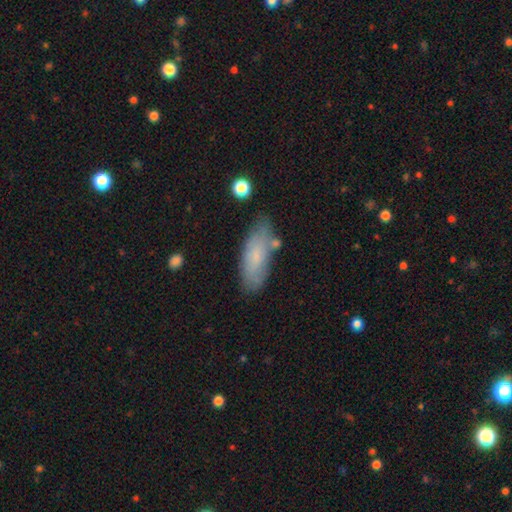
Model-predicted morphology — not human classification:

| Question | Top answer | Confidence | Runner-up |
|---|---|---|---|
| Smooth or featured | smooth | 72% | featured or disk (22%) |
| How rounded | in between | 75% | cigar-shaped (23%) |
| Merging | none | 71% | minor disturbance (20%) |